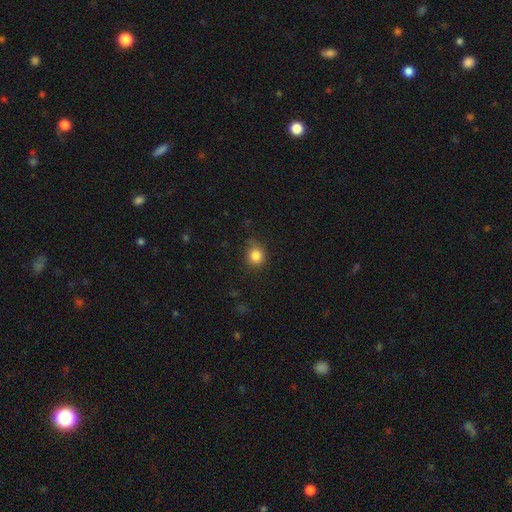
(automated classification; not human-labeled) Smooth or featured? Predicted: smooth (p=0.84). How rounded? Predicted: round (p=0.80). Merging? Predicted: none (p=0.75).